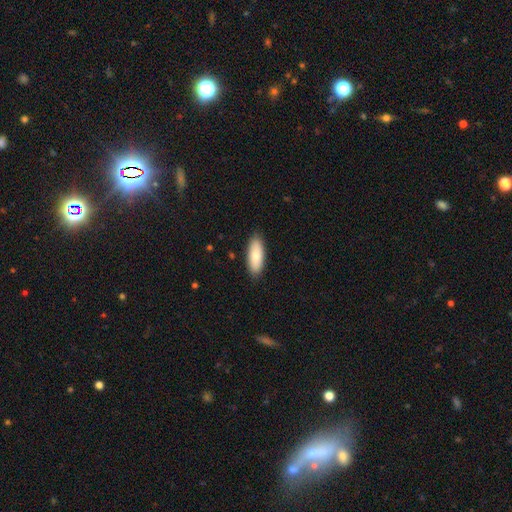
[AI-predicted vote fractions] smooth-or-featured: smooth: 85% | featured or disk: 9% | star or artifact: 5%
  how-rounded: in between: 75% | cigar-shaped: 23% | round: 2%
  merging: none: 88% | minor disturbance: 9% | major disturbance: 2% | merger: 1%